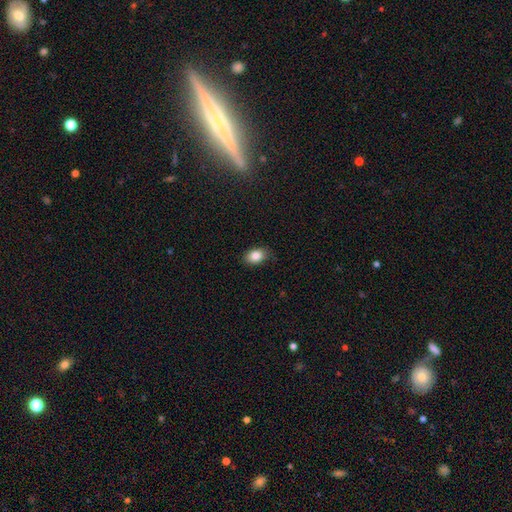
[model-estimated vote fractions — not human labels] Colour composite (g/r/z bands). It shows a smooth galaxy with no disk features (85%) that is in between round and cigar-shaped (80%). Merging: none (80%).